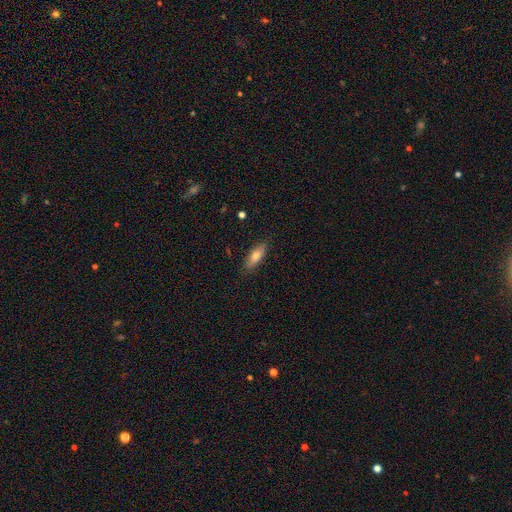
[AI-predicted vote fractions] Q: Smooth or featured?
A: smooth (68%); runner-up: featured or disk (25%)
Q: How rounded?
A: in between (52%); runner-up: cigar-shaped (45%)
Q: Merging?
A: none (85%); runner-up: minor disturbance (12%)